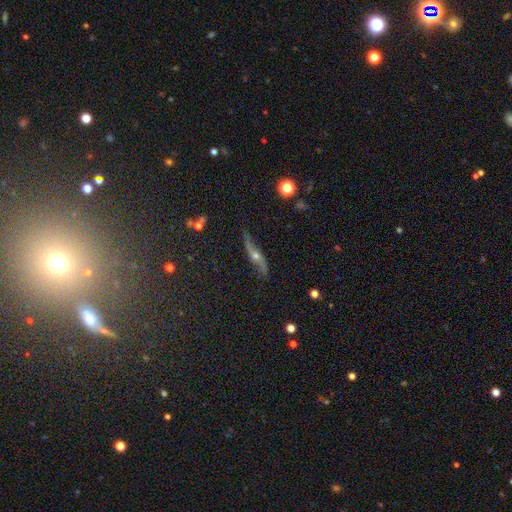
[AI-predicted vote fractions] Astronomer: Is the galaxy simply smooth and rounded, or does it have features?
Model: featured or disk — 74%.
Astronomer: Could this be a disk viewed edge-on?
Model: no — 50%, tied with yes at 50%.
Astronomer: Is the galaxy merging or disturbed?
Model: none — 71%.